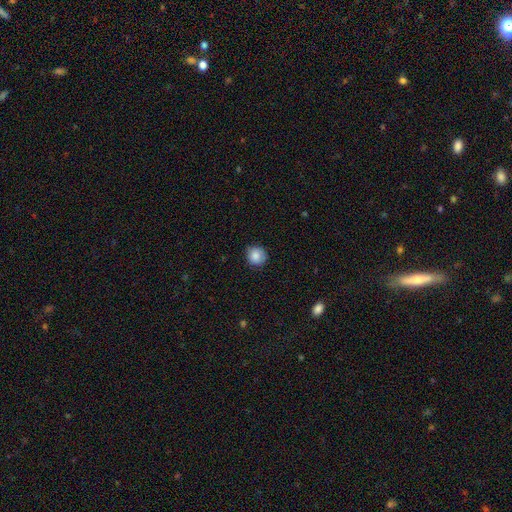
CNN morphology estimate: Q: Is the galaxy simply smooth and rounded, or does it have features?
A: smooth — 85%.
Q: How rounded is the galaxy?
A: round — 89%.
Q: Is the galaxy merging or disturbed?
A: none — 79%.